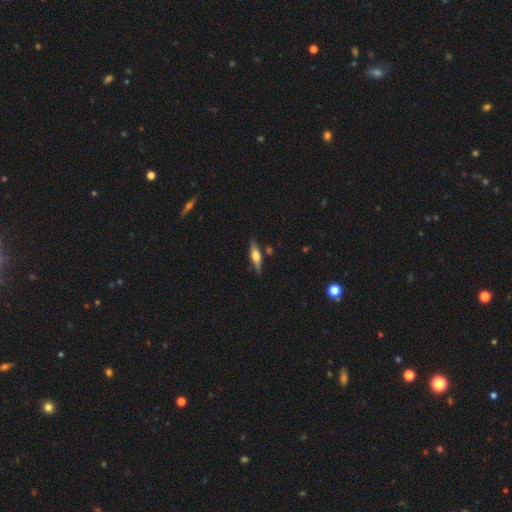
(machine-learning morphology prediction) Q: Smooth or featured?
A: featured or disk (54%); runner-up: smooth (40%)
Q: Edge-on disk?
A: yes (93%); runner-up: no (7%)
Q: Edge-on bulge?
A: rounded (85%); runner-up: boxy (11%)
Q: Merging?
A: none (81%); runner-up: minor disturbance (13%)